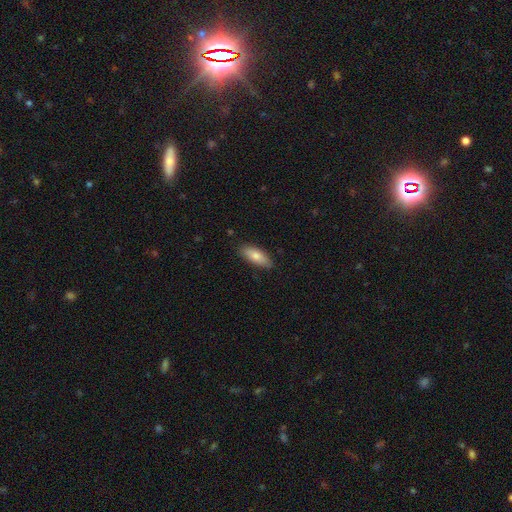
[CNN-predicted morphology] This is likely a smooth galaxy (77%). How rounded: likely in between (69%). Merging: clearly none (85%).